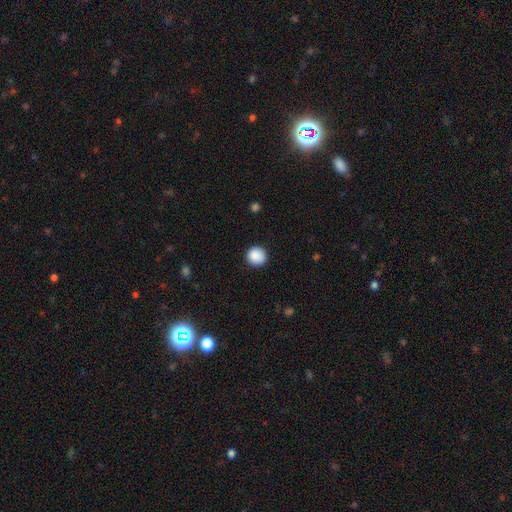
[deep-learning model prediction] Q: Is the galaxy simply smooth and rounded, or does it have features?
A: smooth — 88%.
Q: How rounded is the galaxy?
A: round — 92%.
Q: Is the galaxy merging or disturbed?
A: none — 89%.